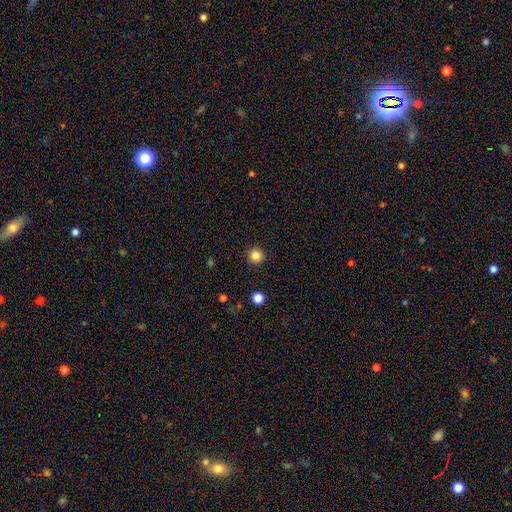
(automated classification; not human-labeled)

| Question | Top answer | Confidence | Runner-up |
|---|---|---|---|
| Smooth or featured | smooth | 84% | star or artifact (12%) |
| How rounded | round | 95% | in between (4%) |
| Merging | none | 93% | minor disturbance (4%) |